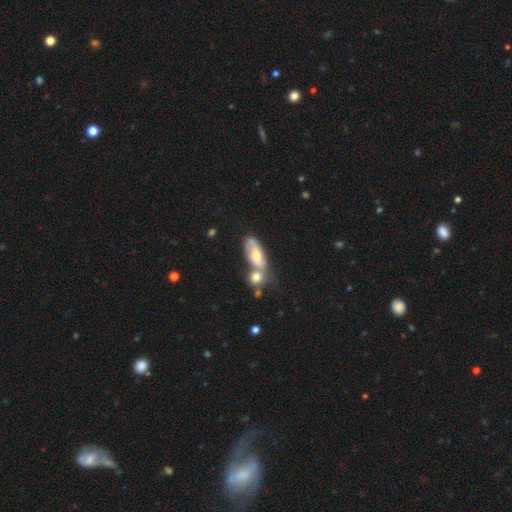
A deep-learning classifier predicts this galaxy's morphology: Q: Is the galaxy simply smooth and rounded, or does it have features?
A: featured or disk — 46%, tied with smooth.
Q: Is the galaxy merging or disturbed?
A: merger — 52%.